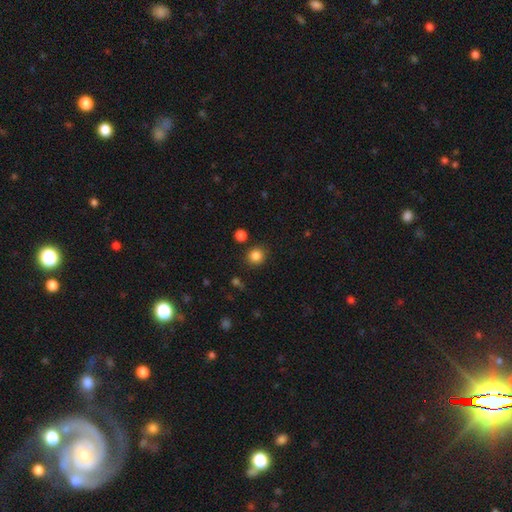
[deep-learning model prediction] Q: Smooth or featured?
A: smooth (84%); runner-up: star or artifact (11%)
Q: How rounded?
A: round (87%); runner-up: in between (12%)
Q: Merging?
A: none (86%); runner-up: minor disturbance (8%)